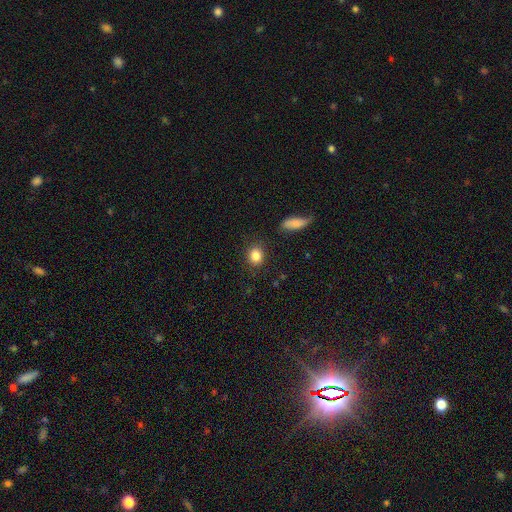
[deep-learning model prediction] A smooth galaxy with no disk features (85%) that is round (67%).

Vote fractions:
- Smooth or featured? smooth: 85% / star or artifact: 9% / featured or disk: 5%
- How rounded? round: 67% / in between: 32% / cigar-shaped: 2%
- Merging? none: 86% / minor disturbance: 9% / major disturbance: 3% / merger: 2%